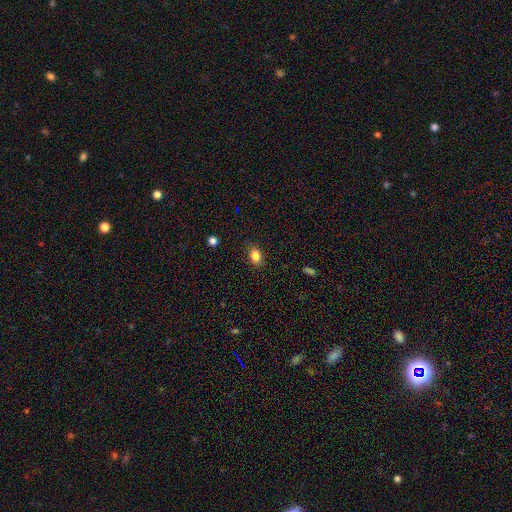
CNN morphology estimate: Overall: smooth (84%). How rounded: in between (74%). Merging: none (87%).